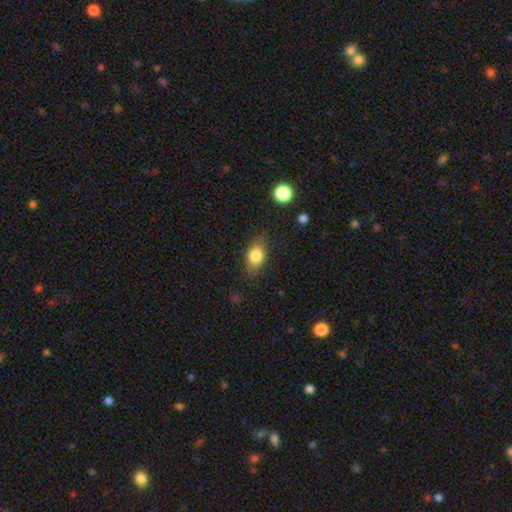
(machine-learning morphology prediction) Q: Smooth or featured?
A: smooth (80%); runner-up: featured or disk (11%)
Q: How rounded?
A: in between (76%); runner-up: round (20%)
Q: Merging?
A: none (78%); runner-up: minor disturbance (17%)